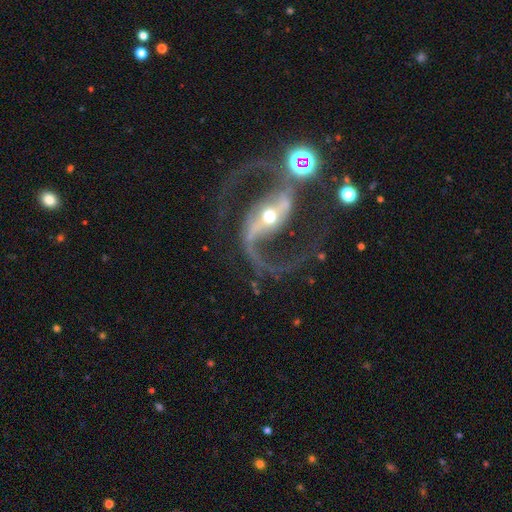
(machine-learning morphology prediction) Smooth or featured?
  - featured or disk: 92% *
  - star or artifact: 5%
  - smooth: 3%
Edge-on disk?
  - no: 97% *
  - yes: 3%
Bar?
  - strong: 56% *
  - weak: 26%
  - no: 18%
Spiral arms?
  - yes: 97% *
  - no: 3%
Spiral winding?
  - medium: 54% *
  - loose: 34%
  - tight: 11%
Spiral arm count?
  - 2: 93% *
  - 1: 2%
  - can't tell: 1%
  - 3: 1%
  - 4: 1%
  - more than 4: 1%
Bulge size?
  - small: 49% *
  - moderate: 45%
  - large: 4%
  - none: 1%
  - dominant: 1%
Merging?
  - none: 60% *
  - minor disturbance: 14%
  - major disturbance: 14%
  - merger: 12%